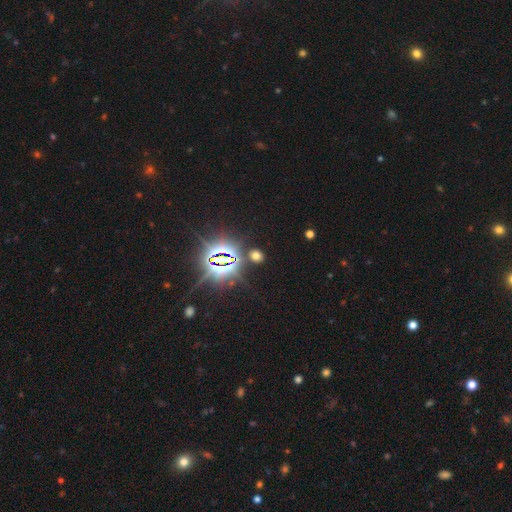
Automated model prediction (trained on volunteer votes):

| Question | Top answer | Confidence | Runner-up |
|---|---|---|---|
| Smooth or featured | star or artifact | 47% | smooth (46%) |